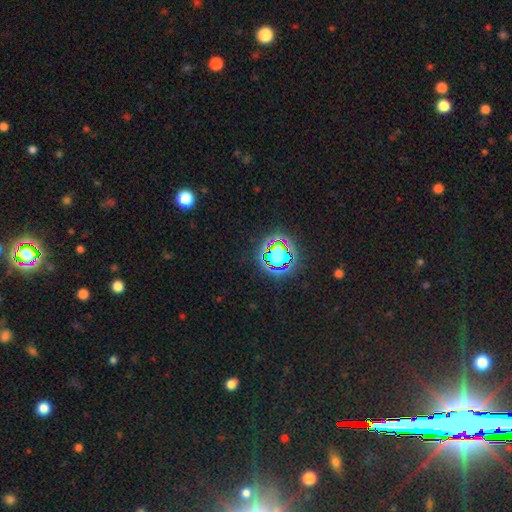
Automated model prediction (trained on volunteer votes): smooth_or_featured: star or artifact (p=0.80) [alt: smooth p=0.13]